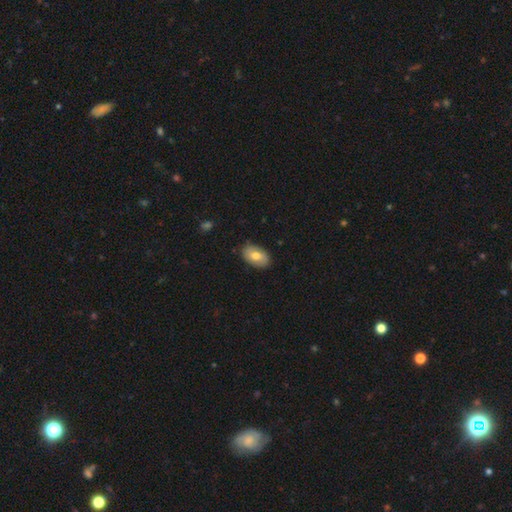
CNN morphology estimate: Smooth or featured: smooth — 69% (featured or disk — 24%)
How rounded: in between — 90% (round — 9%)
Merging: none — 85% (minor disturbance — 12%)